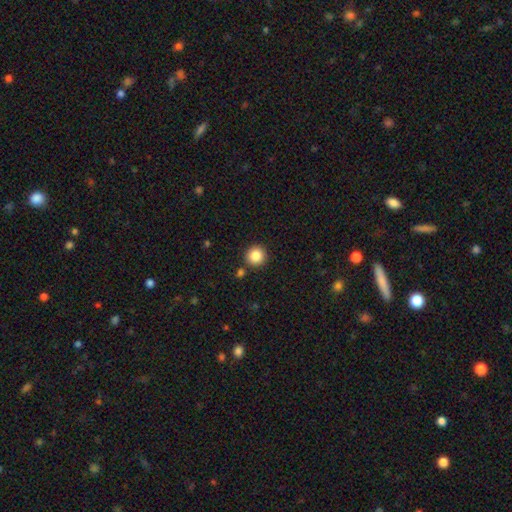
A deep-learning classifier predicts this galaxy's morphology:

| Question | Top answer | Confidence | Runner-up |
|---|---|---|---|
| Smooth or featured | smooth | 85% | star or artifact (10%) |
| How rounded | round | 93% | in between (6%) |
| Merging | none | 87% | minor disturbance (6%) |